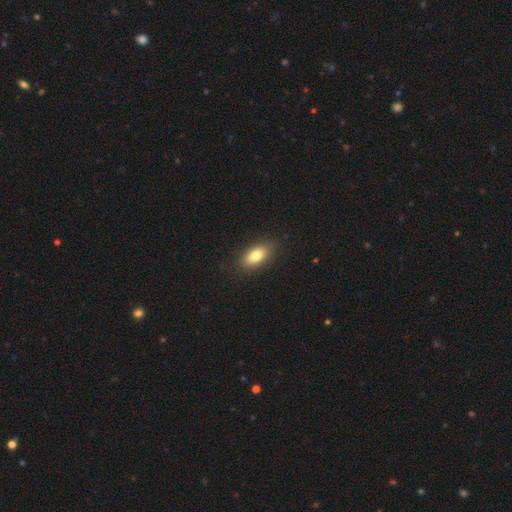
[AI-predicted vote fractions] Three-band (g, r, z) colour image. It shows a smooth galaxy with no disk features (78%) that is in between round and cigar-shaped (86%). Merging: none (87%).